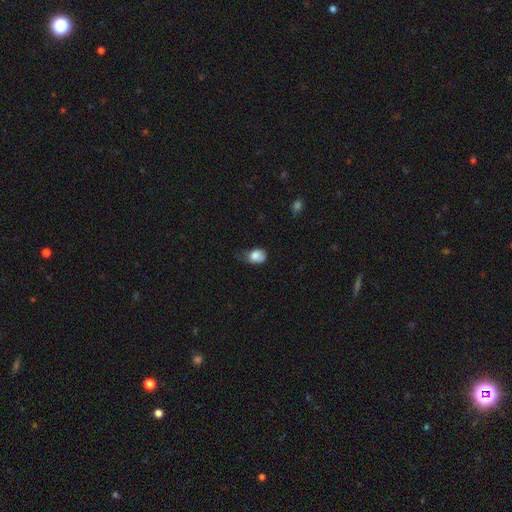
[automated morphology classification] Smooth or featured? smooth (81%)
How rounded? in between (71%)
Merging? minor disturbance (45%)